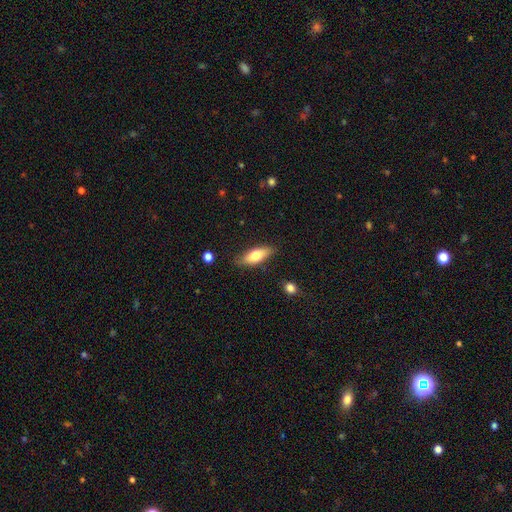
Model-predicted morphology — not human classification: The model was most divided on "how rounded": in between: 65%, cigar-shaped: 33%, round: 2%. More confident: merging — none (83%); smooth or featured — smooth (72%).